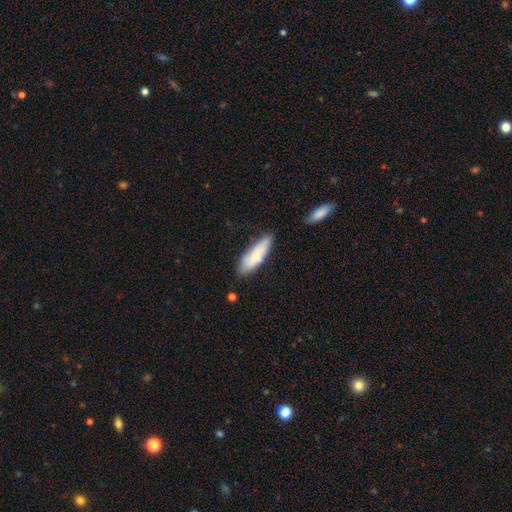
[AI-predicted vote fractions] Smooth or featured?
  - smooth: 70% *
  - featured or disk: 24%
  - star or artifact: 6%
How rounded?
  - in between: 55% *
  - cigar-shaped: 44%
  - round: 2%
Merging?
  - none: 69% *
  - minor disturbance: 23%
  - major disturbance: 4%
  - merger: 3%